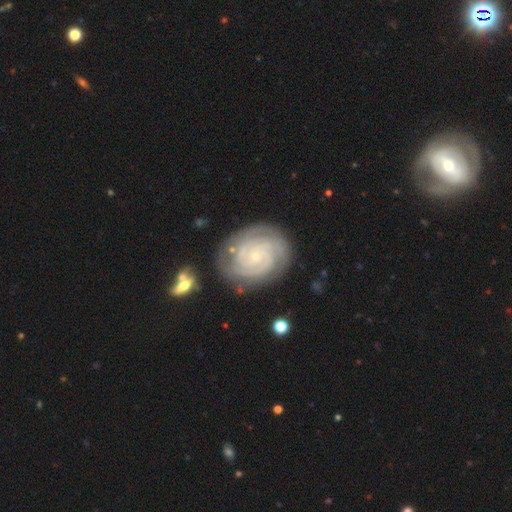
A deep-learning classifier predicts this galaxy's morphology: Q: Smooth or featured?
A: featured or disk (88%); runner-up: smooth (7%)
Q: Edge-on disk?
A: no (98%); runner-up: yes (2%)
Q: Bar?
A: no (78%); runner-up: weak (18%)
Q: Spiral arms?
A: yes (98%); runner-up: no (2%)
Q: Spiral winding?
A: tight (82%); runner-up: medium (15%)
Q: Spiral arm count?
A: 2 (30%); runner-up: 3 (26%)
Q: Bulge size?
A: small (86%); runner-up: moderate (9%)
Q: Merging?
A: none (78%); runner-up: minor disturbance (15%)